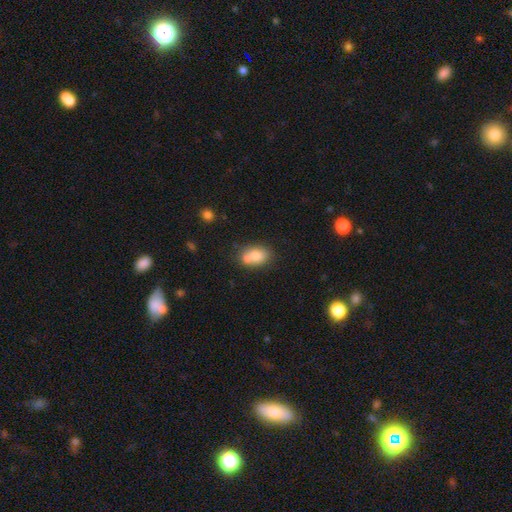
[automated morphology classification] Smooth or featured?
  - smooth: 75% *
  - featured or disk: 16%
  - star or artifact: 9%
How rounded?
  - in between: 72% *
  - round: 27%
  - cigar-shaped: 1%
Merging?
  - none: 44% *
  - merger: 40%
  - minor disturbance: 12%
  - major disturbance: 4%